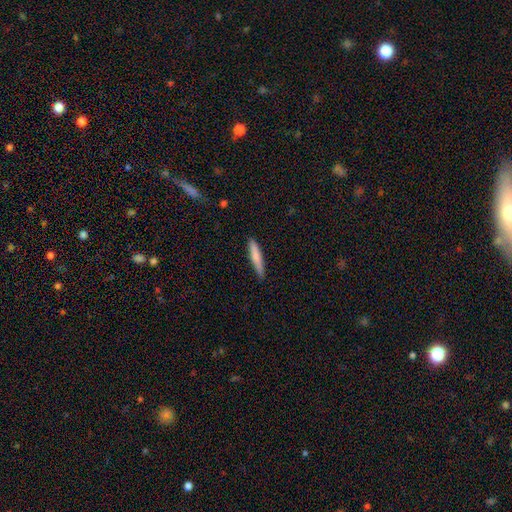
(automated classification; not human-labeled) smooth 75%, featured or disk 19%, star or artifact 6%. Down the decision tree: how rounded — cigar-shaped (91%); merging — none (87%).